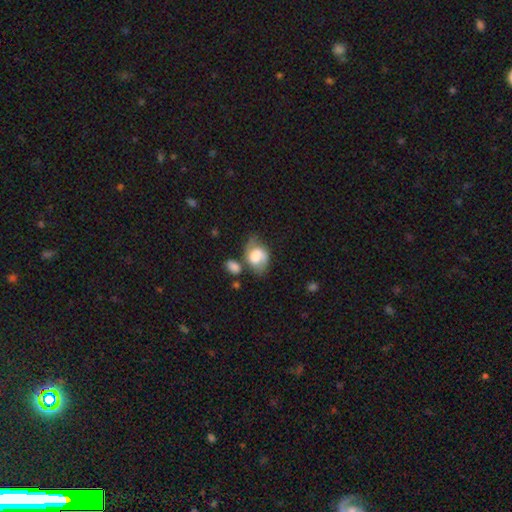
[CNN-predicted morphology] The model was most divided on "smooth or featured": smooth: 47%, featured or disk: 44%, star or artifact: 8%. Remaining: merging — none (43%).